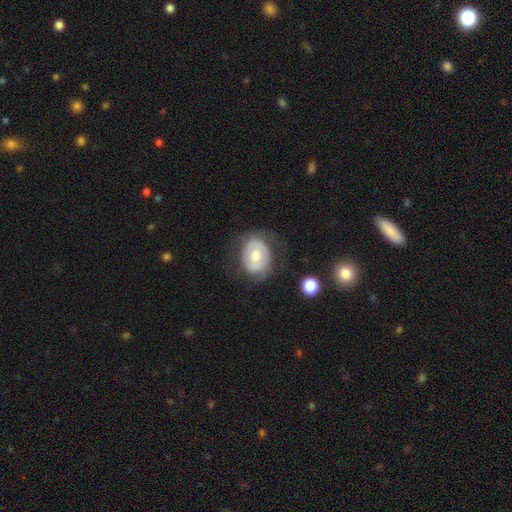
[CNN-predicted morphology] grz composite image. It shows a smooth galaxy with no disk features (58%) that is in between round and cigar-shaped (53%). Merging: none (67%).